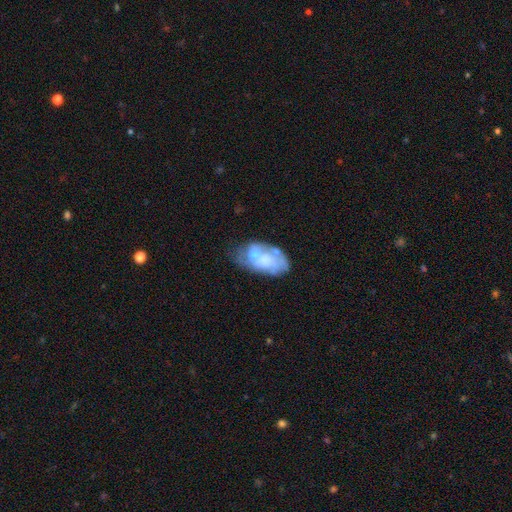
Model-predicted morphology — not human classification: smooth_or_featured: featured or disk (p=0.54) [alt: smooth p=0.35]
disk_edge_on: no (p=0.95) [alt: yes p=0.05]
bar: no (p=0.81) [alt: weak p=0.15]
has_spiral_arms: no (p=0.65) [alt: yes p=0.35]
bulge_size: moderate (p=0.41) [alt: small p=0.35]
merging: none (p=0.44) [alt: merger p=0.22]